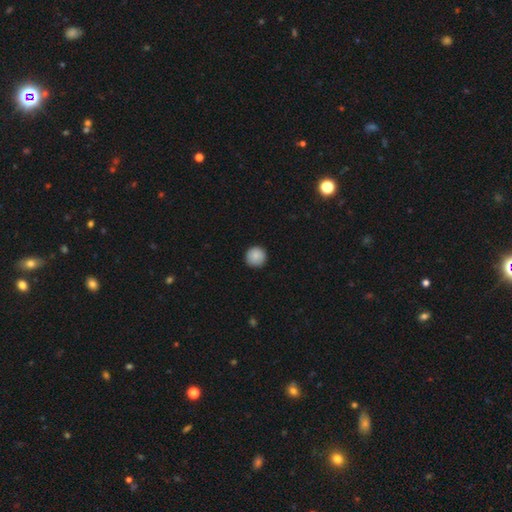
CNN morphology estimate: Smooth or featured? smooth (87%)
How rounded? round (95%)
Merging? none (91%)